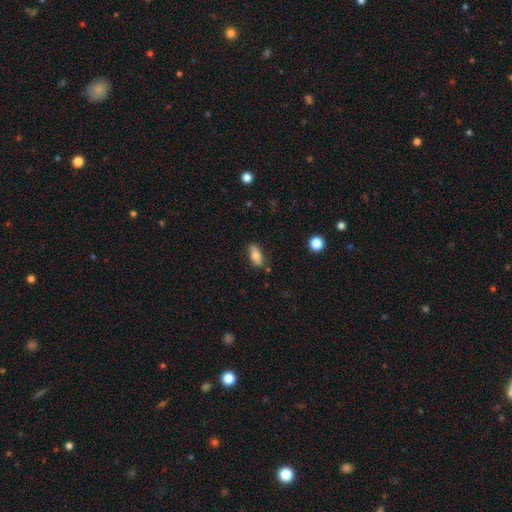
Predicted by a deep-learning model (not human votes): Morphology: type=smooth (72%); roundness=in between (81%); merging=none (81%).